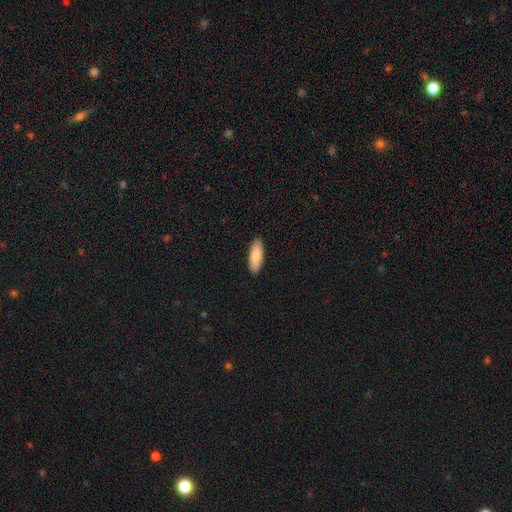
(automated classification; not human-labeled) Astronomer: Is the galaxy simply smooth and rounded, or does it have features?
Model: smooth — 82%.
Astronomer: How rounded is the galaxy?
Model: in between — 59% (runner-up: cigar-shaped, 39%).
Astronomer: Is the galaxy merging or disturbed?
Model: none — 90%.